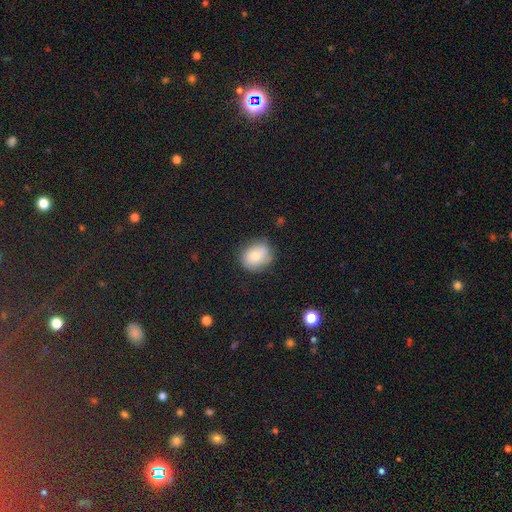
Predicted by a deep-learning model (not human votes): The model was most divided on "how rounded": round: 59%, in between: 40%, cigar-shaped: 1%. More confident: smooth or featured — smooth (77%); merging — none (72%).